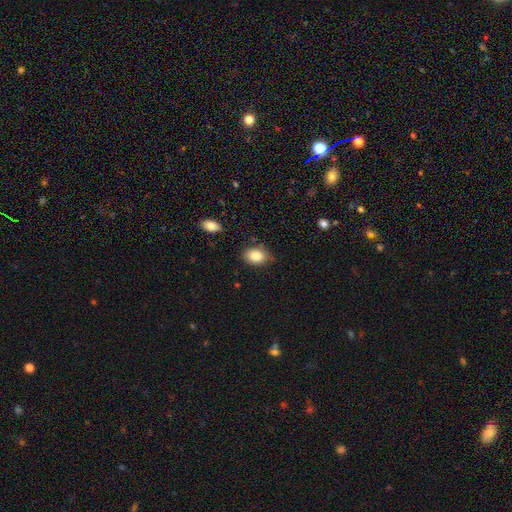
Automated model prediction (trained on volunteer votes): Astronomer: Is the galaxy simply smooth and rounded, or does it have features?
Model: smooth — 85%.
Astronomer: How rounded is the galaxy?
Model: in between — 77%.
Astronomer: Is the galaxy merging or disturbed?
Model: none — 78%.